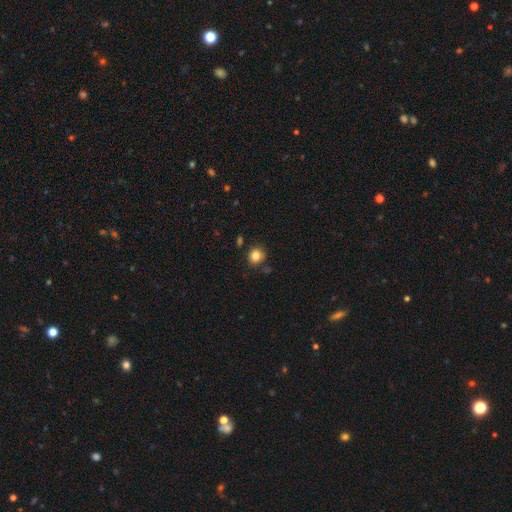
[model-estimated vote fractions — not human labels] This appears to be a smooth galaxy with no disk features (83%) that is round (76%). Merging: none (80%).